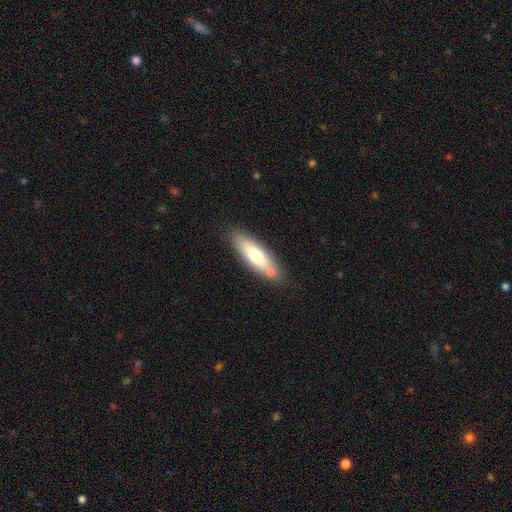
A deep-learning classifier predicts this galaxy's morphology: A smooth galaxy with no disk features (66%) that is cigar-shaped (50%). Merging: none (73%).